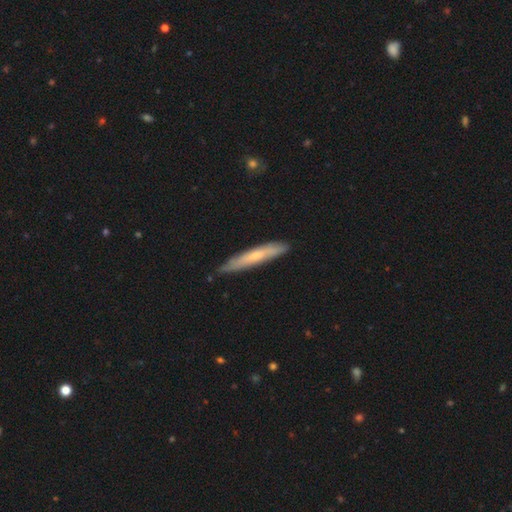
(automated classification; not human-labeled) smooth 54%, featured or disk 40%, star or artifact 6%. Down the decision tree: how rounded — cigar-shaped (93%); merging — none (79%).